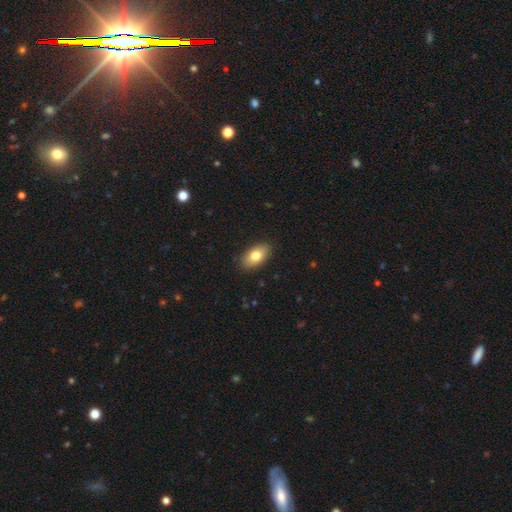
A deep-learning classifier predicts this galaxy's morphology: smooth 80%, featured or disk 14%, star or artifact 7%. Down the decision tree: how rounded — in between (92%); merging — none (89%).